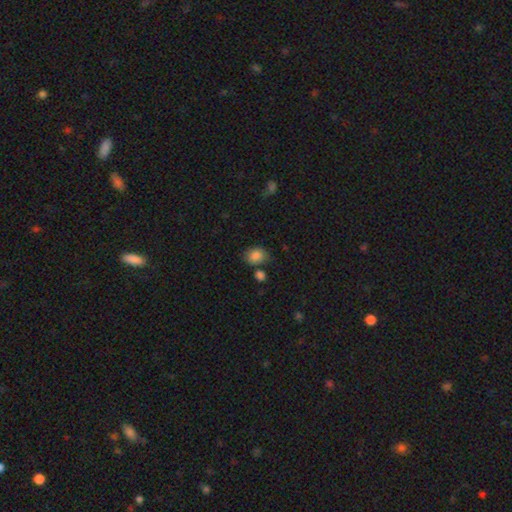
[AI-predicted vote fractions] Smooth or featured? Predicted: smooth (p=0.85). How rounded? Predicted: in between (p=0.59). Merging? Predicted: none (p=0.66).